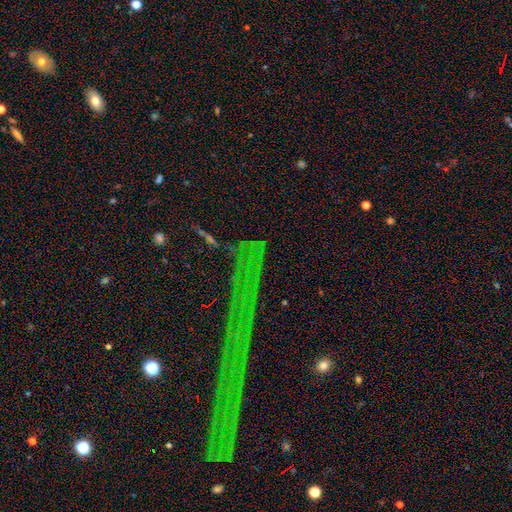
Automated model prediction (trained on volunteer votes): Smooth or featured: star or artifact — 74% (smooth — 14%)